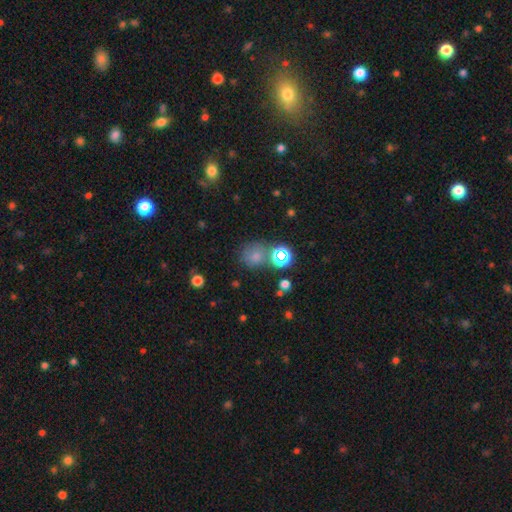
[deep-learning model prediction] Overall: smooth (68%). How rounded: round (80%). Merging: none (64%).